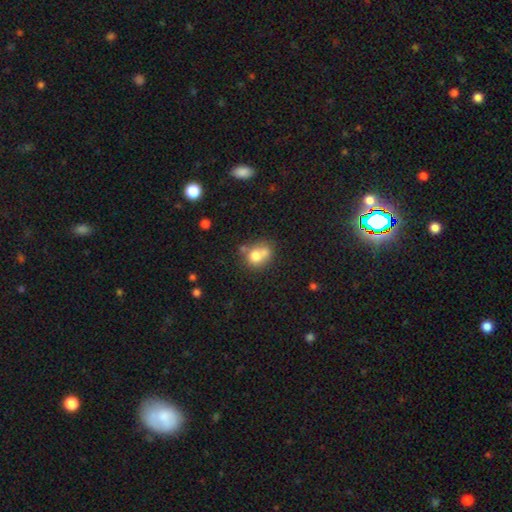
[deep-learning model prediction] Morphology: type=smooth (71%); roundness=round (63%); merging=merger (41%).